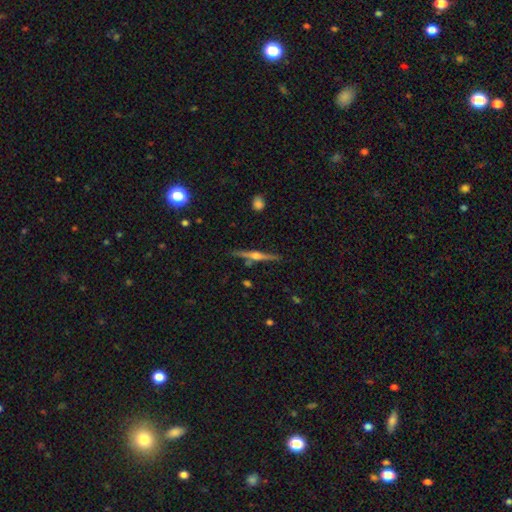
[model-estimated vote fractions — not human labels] A featured or disk galaxy (76%) viewed edge-on (98%) with a rounded central bulge (91%). Merging: none (86%).